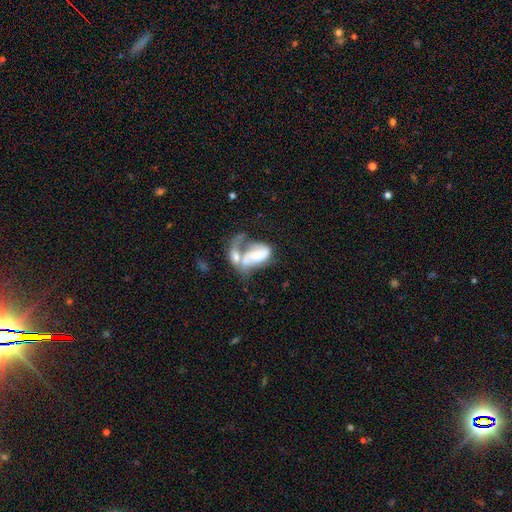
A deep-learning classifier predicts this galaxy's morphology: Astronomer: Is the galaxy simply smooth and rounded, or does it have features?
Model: featured or disk — 48% (runner-up: smooth, 44%).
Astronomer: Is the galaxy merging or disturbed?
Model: merger — 58%.